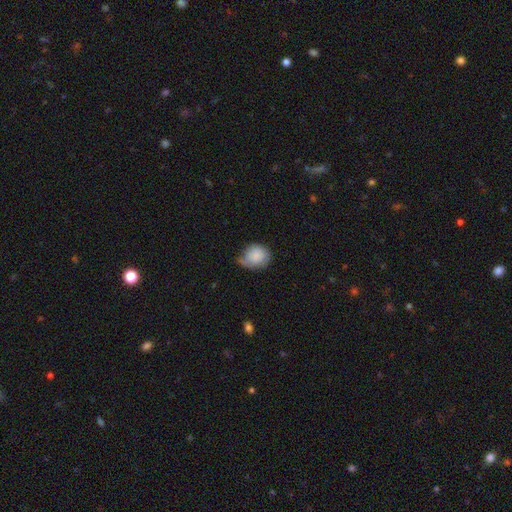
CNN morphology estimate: smooth 84%, featured or disk 9%, star or artifact 7%. Down the decision tree: how rounded — round (64%); merging — minor disturbance (44%).